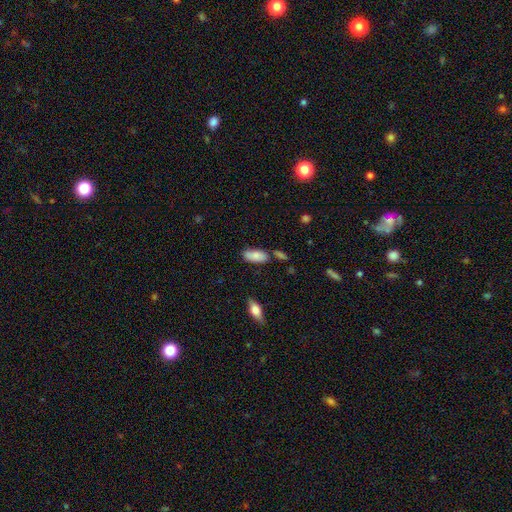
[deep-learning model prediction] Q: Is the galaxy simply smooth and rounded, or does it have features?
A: smooth — 82%.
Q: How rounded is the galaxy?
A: in between — 86%.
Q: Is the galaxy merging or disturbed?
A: none — 70%.